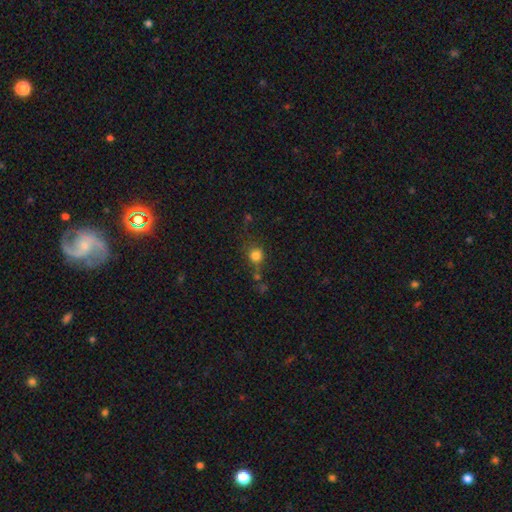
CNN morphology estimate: smooth-or-featured: smooth: 78% | star or artifact: 14% | featured or disk: 8%
  how-rounded: round: 83% | in between: 16% | cigar-shaped: 1%
  merging: none: 59% | minor disturbance: 18% | merger: 11% | major disturbance: 11%